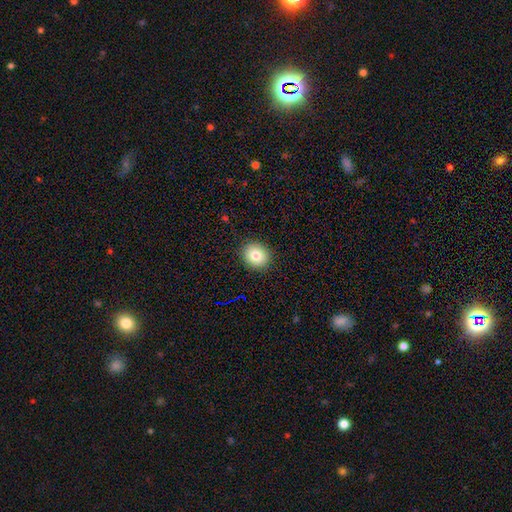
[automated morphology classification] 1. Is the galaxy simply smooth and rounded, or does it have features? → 81% smooth, 10% star or artifact, 8% featured or disk.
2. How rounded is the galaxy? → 72% round, 27% in between, 1% cigar-shaped.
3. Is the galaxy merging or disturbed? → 90% none, 7% minor disturbance, 2% major disturbance, 1% merger.